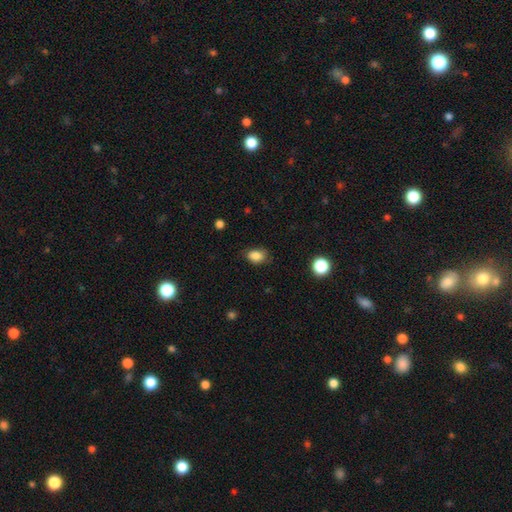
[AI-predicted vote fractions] Smooth or featured: smooth — 86% (star or artifact — 9%)
How rounded: in between — 74% (round — 25%)
Merging: none — 70% (minor disturbance — 23%)